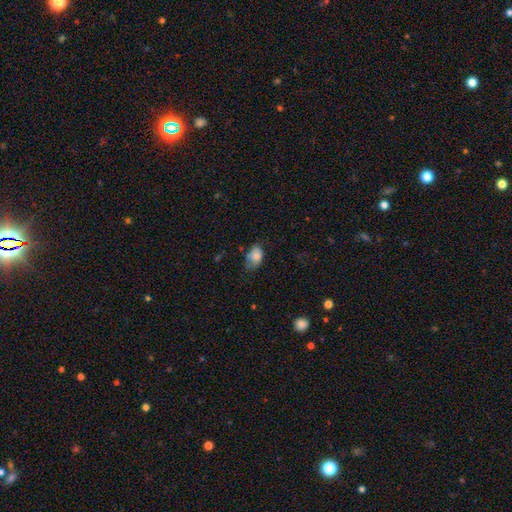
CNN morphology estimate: Smooth or featured?
  - smooth: 80% *
  - featured or disk: 12%
  - star or artifact: 8%
How rounded?
  - in between: 88% *
  - round: 11%
  - cigar-shaped: 1%
Merging?
  - none: 47% *
  - minor disturbance: 37%
  - major disturbance: 13%
  - merger: 3%